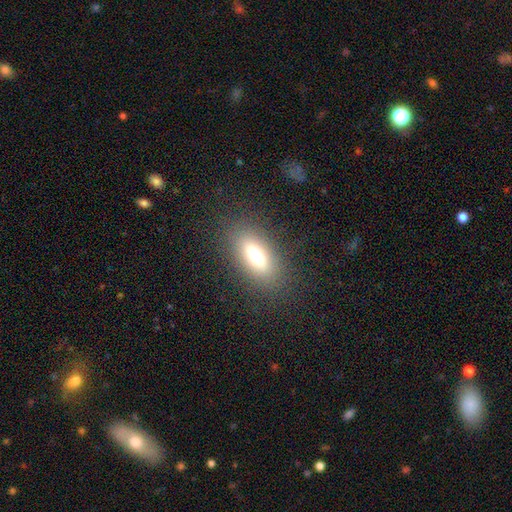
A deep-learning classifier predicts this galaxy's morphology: Q: Smooth or featured?
A: smooth (70%); runner-up: featured or disk (18%)
Q: How rounded?
A: in between (81%); runner-up: cigar-shaped (14%)
Q: Merging?
A: none (84%); runner-up: minor disturbance (9%)